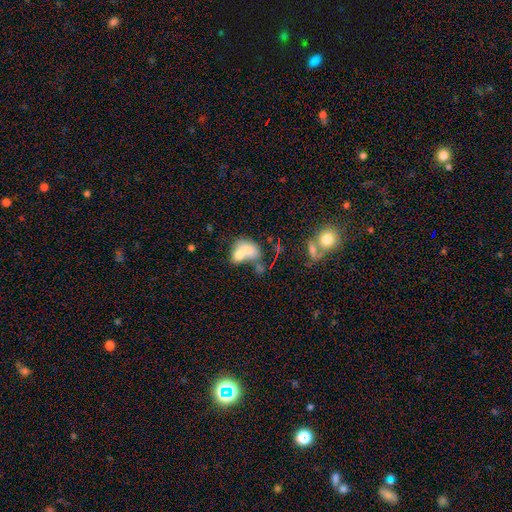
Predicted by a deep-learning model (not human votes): A smooth galaxy with no disk features (43%). Merging: merger (38%).